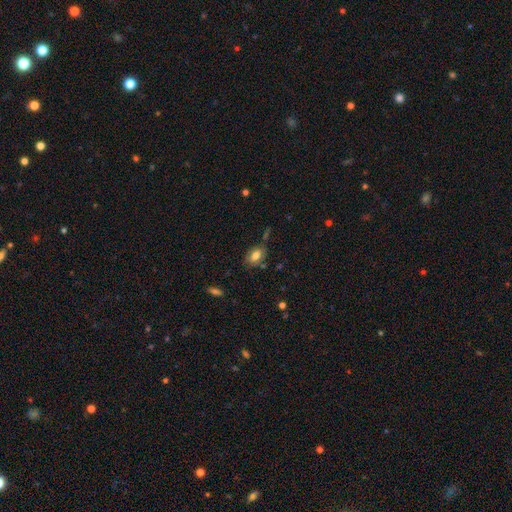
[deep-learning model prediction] smooth-or-featured: smooth: 71% | featured or disk: 19% | star or artifact: 10%
  how-rounded: in between: 84% | round: 14% | cigar-shaped: 2%
  merging: none: 69% | minor disturbance: 20% | merger: 6% | major disturbance: 6%